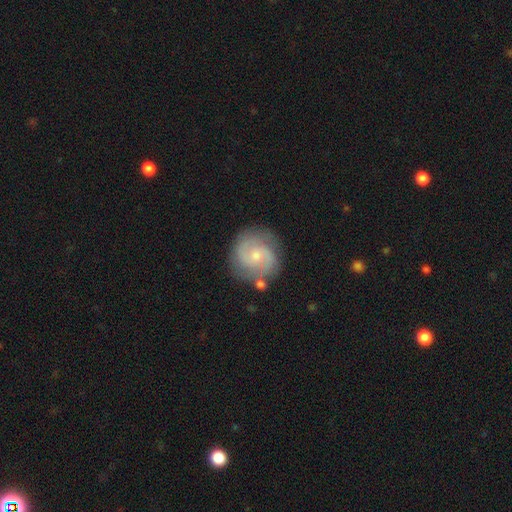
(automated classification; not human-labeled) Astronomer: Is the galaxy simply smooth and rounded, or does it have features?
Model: featured or disk — 75%.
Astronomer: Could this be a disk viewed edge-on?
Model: no — 98%.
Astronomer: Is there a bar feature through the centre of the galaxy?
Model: no — 65%.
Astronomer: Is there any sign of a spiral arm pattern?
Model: yes — 94%.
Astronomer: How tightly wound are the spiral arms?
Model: medium — 44% (runner-up: tight, 41%).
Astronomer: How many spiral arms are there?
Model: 2 — 66%.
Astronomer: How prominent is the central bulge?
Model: small — 60% (runner-up: moderate, 35%).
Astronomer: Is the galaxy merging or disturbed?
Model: none — 77%.